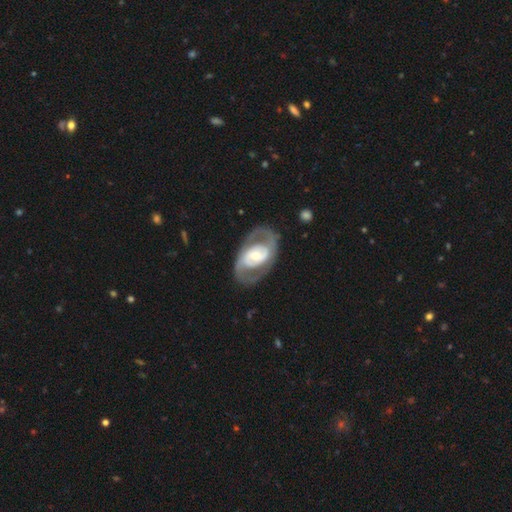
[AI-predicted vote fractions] This is clearly a featured or disk galaxy (81%). It is clearly not viewed edge-on (95%). Bar: possibly no (54%). Spiral arm pattern: likely yes (76%). Spiral arm count: clearly 2 (82%). Spiral winding: possibly medium (47%). Central bulge: possibly moderate (49%). Merging: likely none (75%).